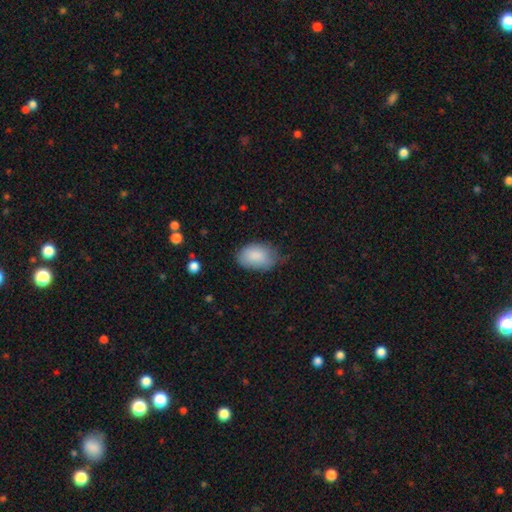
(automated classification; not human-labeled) A smooth galaxy with no disk features (86%) that is in between round and cigar-shaped (89%). Merging: none (49%).